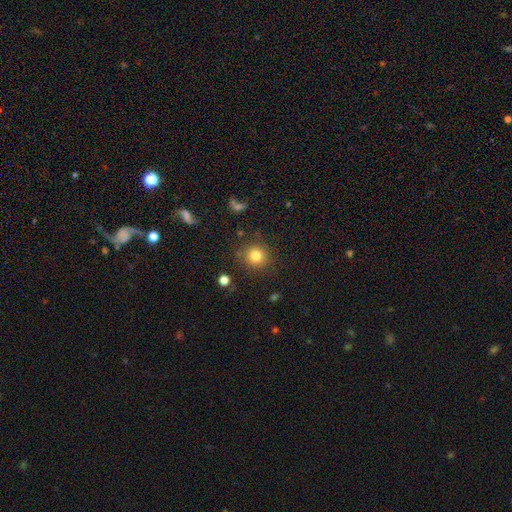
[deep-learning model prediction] Smooth or featured?
  - smooth: 82% *
  - star or artifact: 12%
  - featured or disk: 6%
How rounded?
  - round: 92% *
  - in between: 8%
  - cigar-shaped: 1%
Merging?
  - none: 86% *
  - minor disturbance: 8%
  - major disturbance: 3%
  - merger: 2%